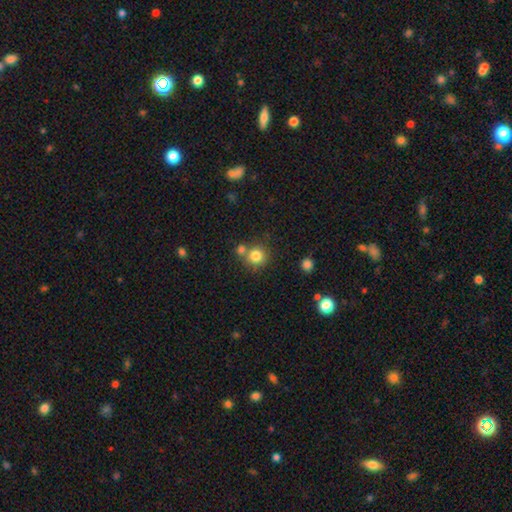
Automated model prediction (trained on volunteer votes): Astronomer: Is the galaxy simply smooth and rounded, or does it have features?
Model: smooth — 81%.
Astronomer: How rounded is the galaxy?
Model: round — 91%.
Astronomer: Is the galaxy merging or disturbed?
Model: none — 63%.